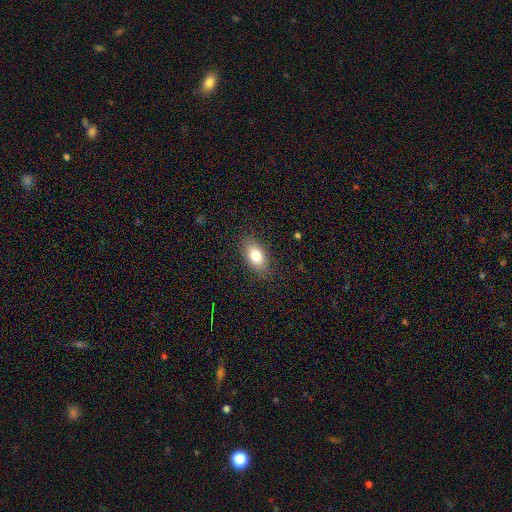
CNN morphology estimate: smooth-or-featured: smooth: 80% | featured or disk: 12% | star or artifact: 8%
  how-rounded: in between: 89% | round: 7% | cigar-shaped: 3%
  merging: none: 85% | minor disturbance: 11% | major disturbance: 3% | merger: 1%